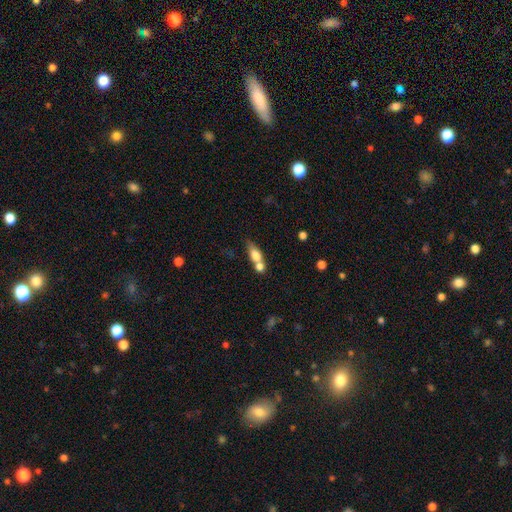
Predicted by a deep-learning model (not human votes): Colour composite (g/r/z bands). It shows a smooth galaxy with no disk features (68%) that is in between round and cigar-shaped (61%). Merging: merger (49%).